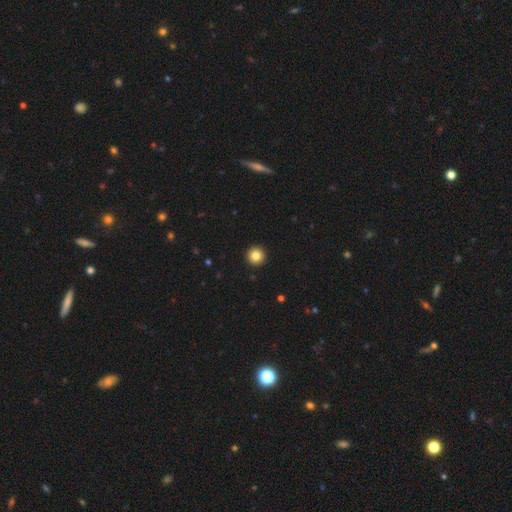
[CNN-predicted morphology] Smooth or featured?
  - smooth: 85% *
  - star or artifact: 10%
  - featured or disk: 5%
How rounded?
  - round: 96% *
  - in between: 3%
  - cigar-shaped: 1%
Merging?
  - none: 94% *
  - minor disturbance: 4%
  - major disturbance: 1%
  - merger: 1%